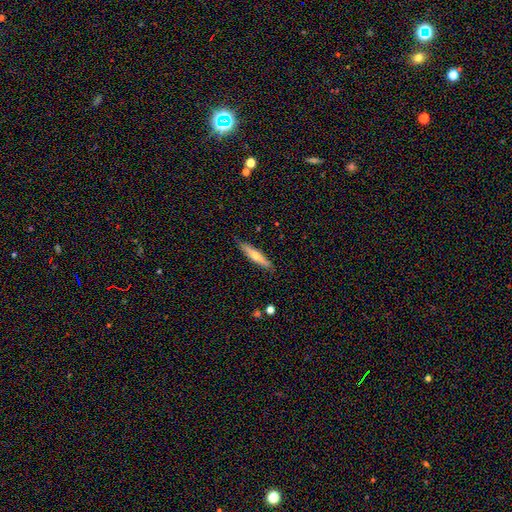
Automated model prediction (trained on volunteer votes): smooth-or-featured: featured or disk: 49% | smooth: 45% | star or artifact: 6%
  merging: none: 86% | minor disturbance: 11% | major disturbance: 2% | merger: 1%